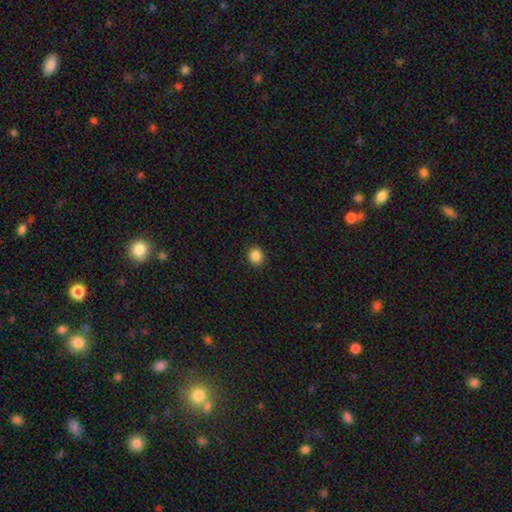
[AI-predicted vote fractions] smooth 87%, star or artifact 10%, featured or disk 3%. Down the decision tree: how rounded — round (77%); merging — none (91%).